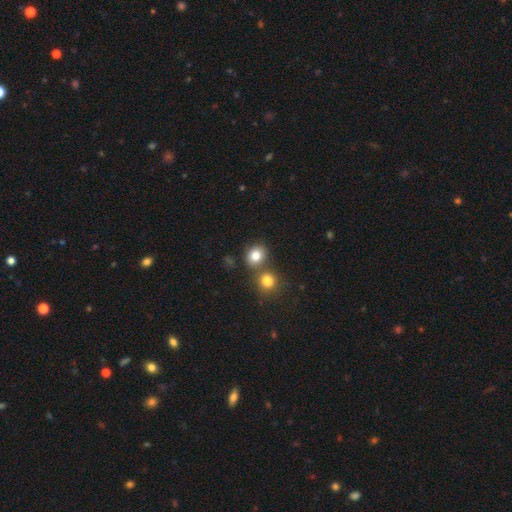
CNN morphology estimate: A smooth galaxy with no disk features (82%) that is round (72%). Merging: none (63%).